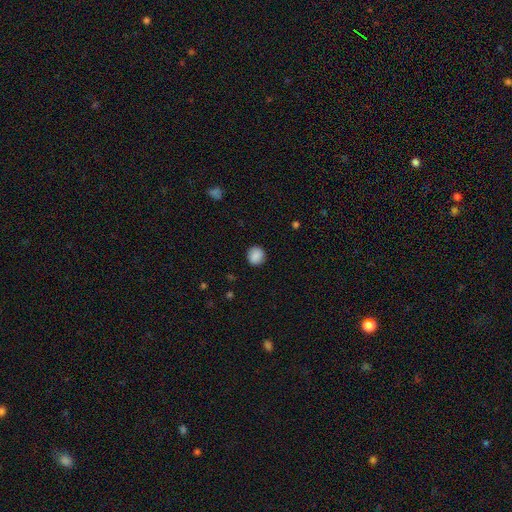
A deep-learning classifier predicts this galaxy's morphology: Smooth or featured: smooth — 89% (star or artifact — 8%)
How rounded: round — 86% (in between — 13%)
Merging: none — 89% (minor disturbance — 7%)